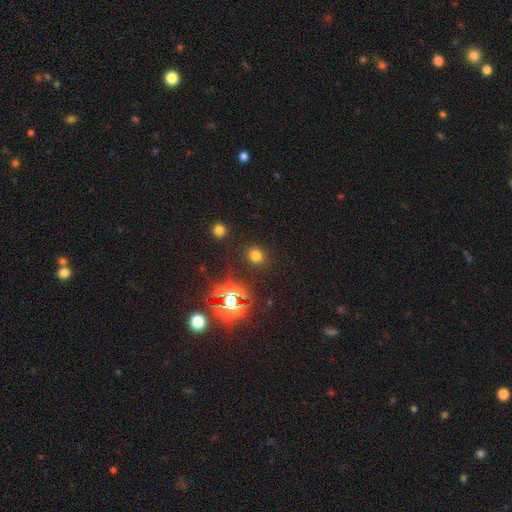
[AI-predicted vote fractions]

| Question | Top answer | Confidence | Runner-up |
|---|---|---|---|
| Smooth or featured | smooth | 68% | star or artifact (25%) |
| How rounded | round | 66% | in between (33%) |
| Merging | none | 88% | minor disturbance (7%) |